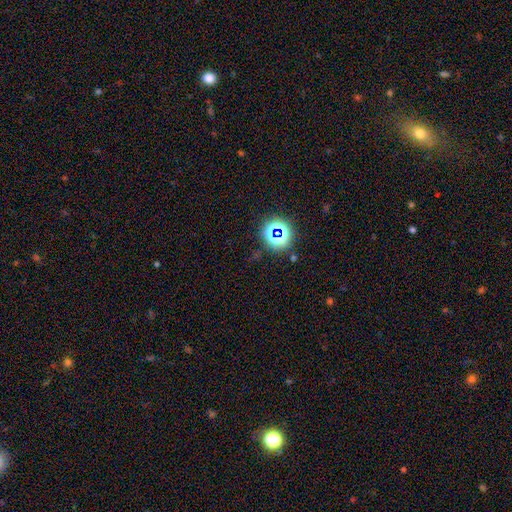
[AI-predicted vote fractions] smooth_or_featured: star or artifact (p=0.74) [alt: smooth p=0.18]